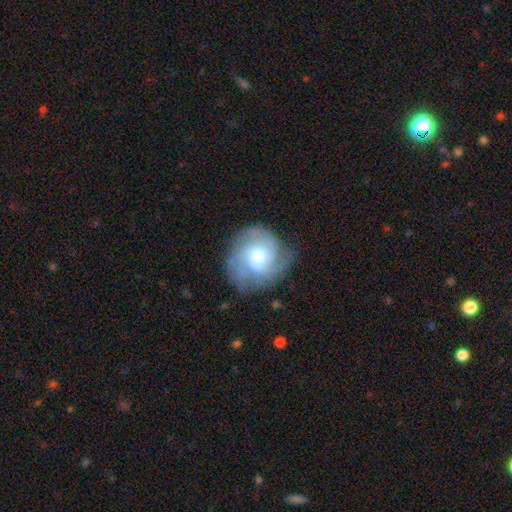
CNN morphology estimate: Smooth or featured: featured or disk — 78% (smooth — 16%)
Edge-on disk: no — 98% (yes — 2%)
Bar: no — 72% (weak — 24%)
Spiral arms: yes — 95% (no — 5%)
Spiral winding: tight — 59% (medium — 33%)
Spiral arm count: 3 — 36% (can't tell — 26%)
Bulge size: moderate — 60% (small — 32%)
Merging: none — 77% (minor disturbance — 16%)